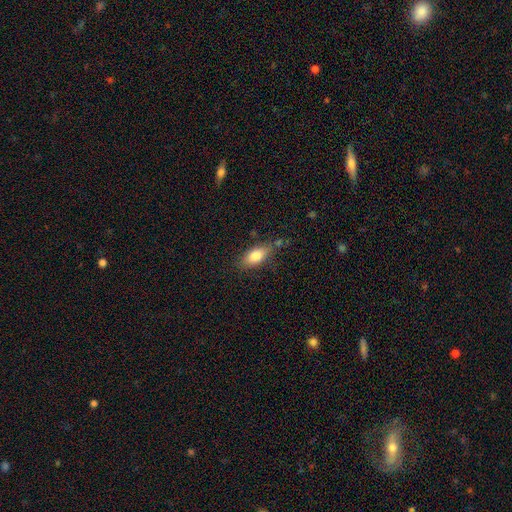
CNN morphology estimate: The model was most divided on "merging": none: 74%, minor disturbance: 18%, major disturbance: 5%, merger: 4%. More confident: how rounded — in between (85%); smooth or featured — smooth (81%).